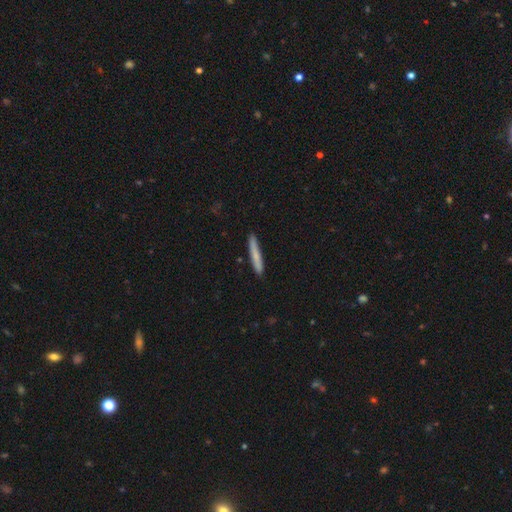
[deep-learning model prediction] Smooth or featured: smooth — 73% (featured or disk — 22%)
How rounded: cigar-shaped — 96% (in between — 3%)
Merging: none — 89% (minor disturbance — 8%)